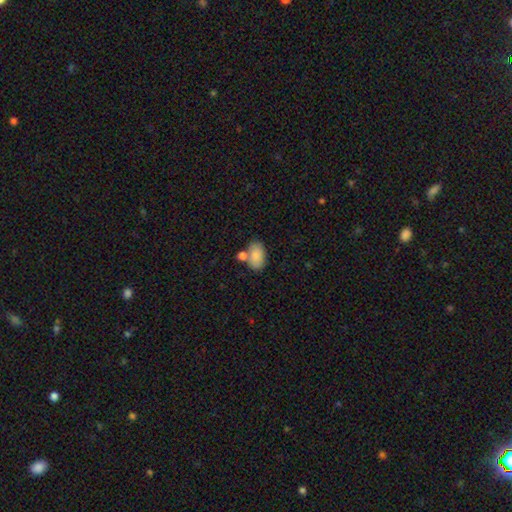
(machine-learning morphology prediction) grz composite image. It shows a smooth galaxy with no disk features (85%) that is in between round and cigar-shaped (92%). Merging: none (58%).